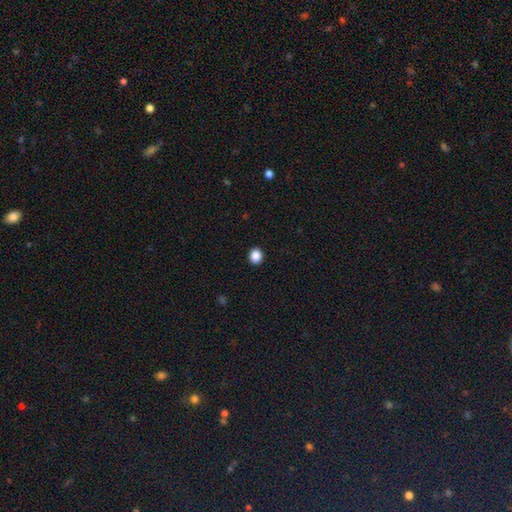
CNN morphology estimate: smooth_or_featured: smooth (p=0.87) [alt: star or artifact p=0.10]
how_rounded: round (p=0.73) [alt: in between p=0.26]
merging: none (p=0.92) [alt: minor disturbance p=0.05]